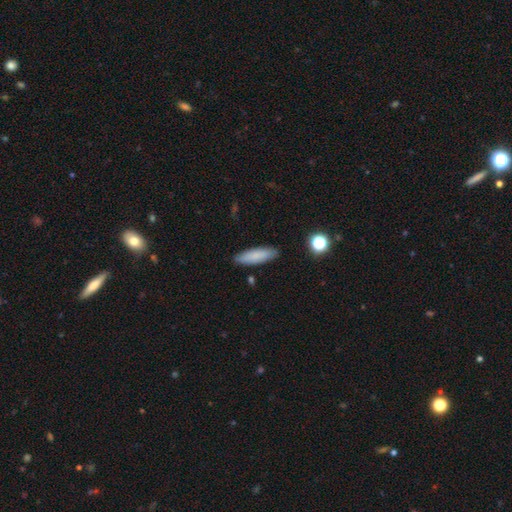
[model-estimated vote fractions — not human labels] smooth 82%, featured or disk 10%, star or artifact 7%. Down the decision tree: how rounded — cigar-shaped (62%); merging — none (87%).